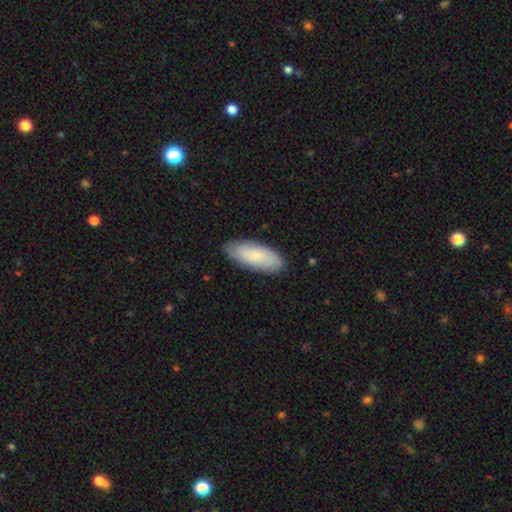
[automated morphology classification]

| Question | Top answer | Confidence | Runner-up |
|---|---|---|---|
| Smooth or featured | smooth | 78% | featured or disk (16%) |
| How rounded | in between | 77% | cigar-shaped (21%) |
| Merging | none | 86% | minor disturbance (11%) |